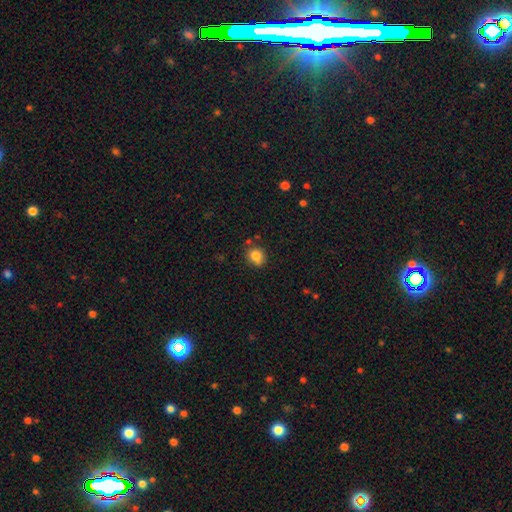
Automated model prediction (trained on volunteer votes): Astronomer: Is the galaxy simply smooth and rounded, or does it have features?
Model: smooth — 83%.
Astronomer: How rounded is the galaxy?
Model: round — 71%.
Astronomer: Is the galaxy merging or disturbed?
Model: none — 74%.